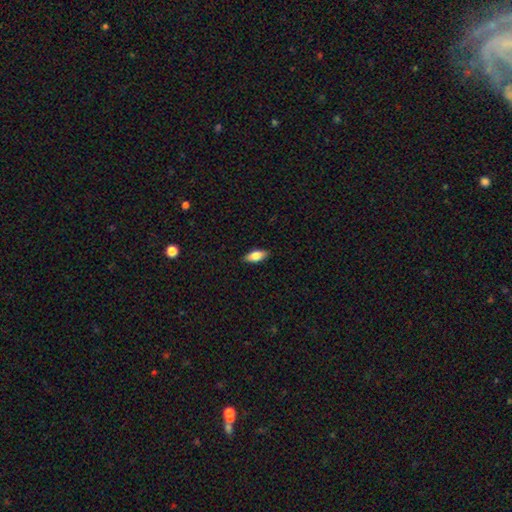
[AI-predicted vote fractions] smooth_or_featured: smooth (p=0.79) [alt: featured or disk p=0.15]
how_rounded: in between (p=0.84) [alt: cigar-shaped p=0.13]
merging: none (p=0.89) [alt: minor disturbance p=0.09]